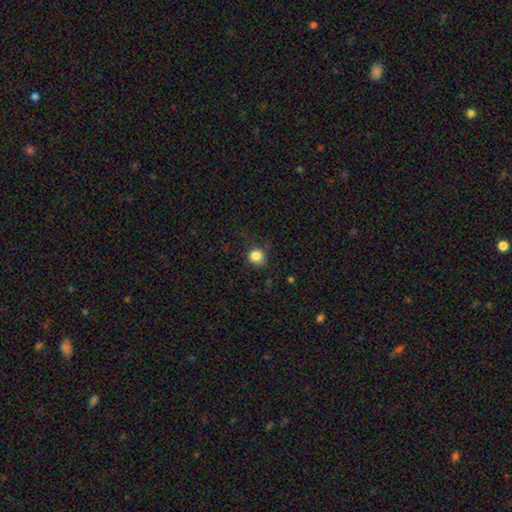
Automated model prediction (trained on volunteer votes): Smooth or featured?
  - smooth: 84% *
  - star or artifact: 11%
  - featured or disk: 5%
How rounded?
  - round: 86% *
  - in between: 13%
  - cigar-shaped: 1%
Merging?
  - none: 82% *
  - minor disturbance: 13%
  - major disturbance: 4%
  - merger: 1%